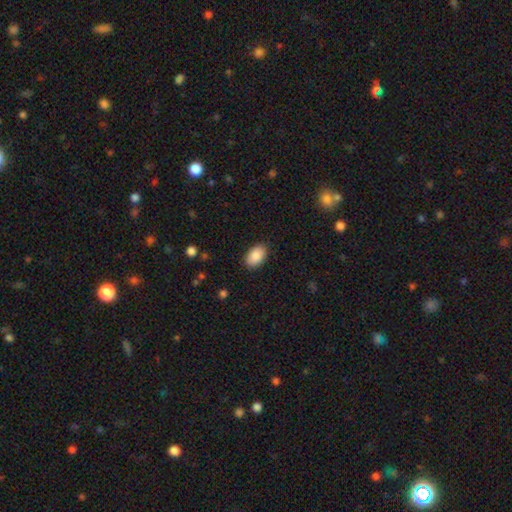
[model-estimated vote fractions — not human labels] This appears to be a smooth galaxy with no disk features (89%) that is in between round and cigar-shaped (92%). Merging: none (88%).